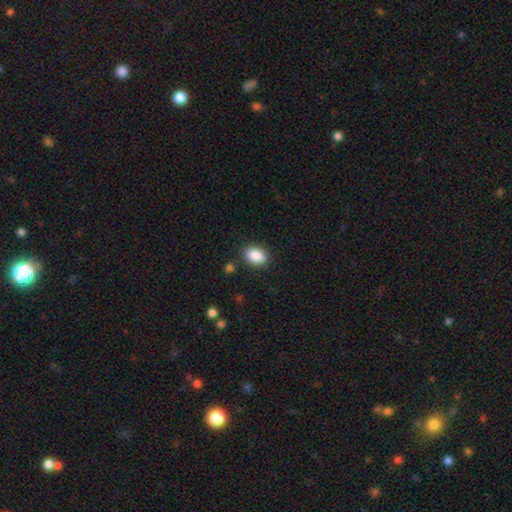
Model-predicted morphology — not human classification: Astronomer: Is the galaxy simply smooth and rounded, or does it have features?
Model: smooth — 88%.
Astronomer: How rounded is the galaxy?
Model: in between — 86%.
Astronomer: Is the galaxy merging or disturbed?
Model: none — 87%.